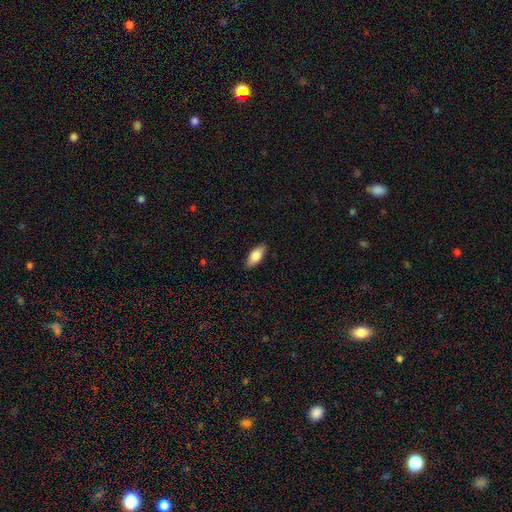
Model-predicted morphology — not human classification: Smooth or featured?
  - smooth: 81% *
  - featured or disk: 13%
  - star or artifact: 6%
How rounded?
  - in between: 85% *
  - cigar-shaped: 13%
  - round: 2%
Merging?
  - none: 87% *
  - minor disturbance: 10%
  - major disturbance: 2%
  - merger: 1%